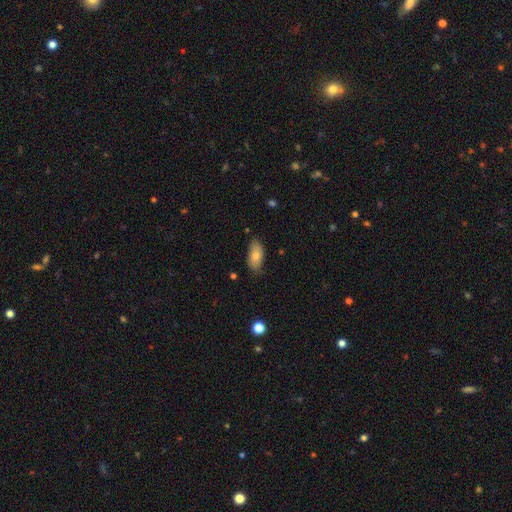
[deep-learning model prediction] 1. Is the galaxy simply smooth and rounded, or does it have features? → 80% smooth, 13% featured or disk, 7% star or artifact.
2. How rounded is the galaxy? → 91% in between, 6% cigar-shaped, 3% round.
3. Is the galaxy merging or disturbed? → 78% none, 18% minor disturbance, 3% major disturbance, 1% merger.